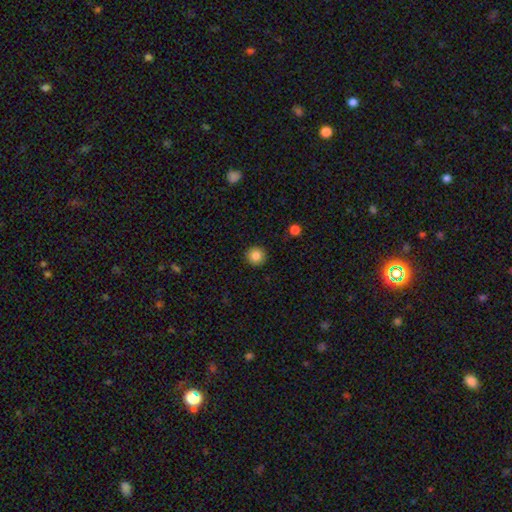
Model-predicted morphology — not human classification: This is clearly a smooth galaxy (84%). How rounded: clearly round (94%). Merging: clearly none (92%).